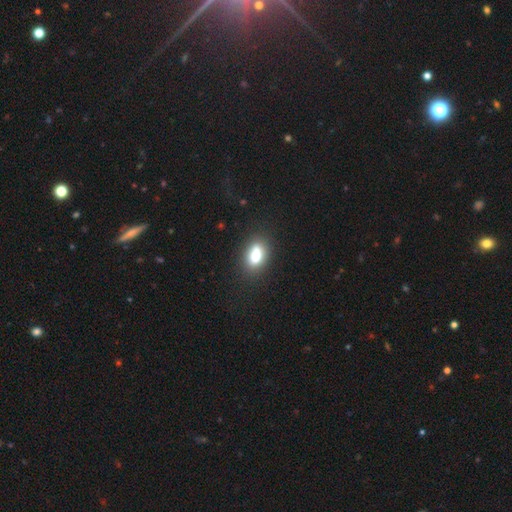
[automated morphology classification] type=smooth (74%); roundness=in between (80%); merging=none (66%).